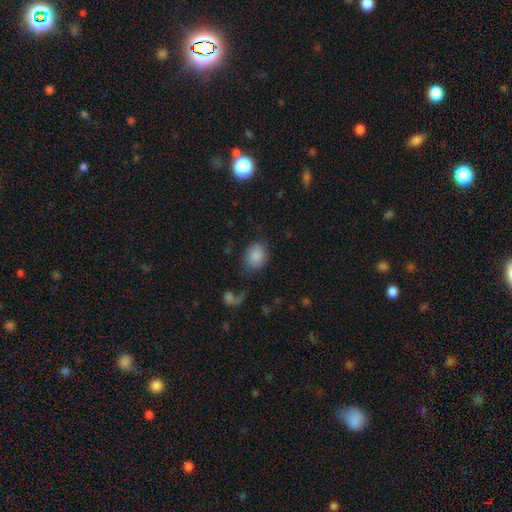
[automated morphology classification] Q: Smooth or featured?
A: smooth (83%); runner-up: featured or disk (9%)
Q: How rounded?
A: in between (52%); runner-up: round (47%)
Q: Merging?
A: none (65%); runner-up: minor disturbance (17%)